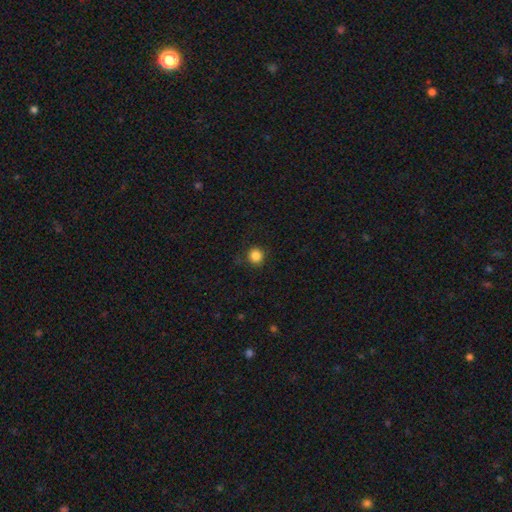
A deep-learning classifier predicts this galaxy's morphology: smooth_or_featured: smooth (p=0.85) [alt: star or artifact p=0.11]
how_rounded: round (p=0.93) [alt: in between p=0.06]
merging: none (p=0.84) [alt: minor disturbance p=0.11]